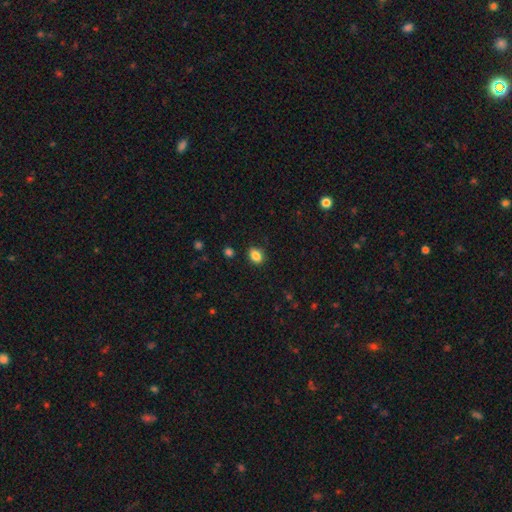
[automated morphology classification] smooth 85%, star or artifact 10%, featured or disk 5%. Down the decision tree: how rounded — in between (64%); merging — none (85%).